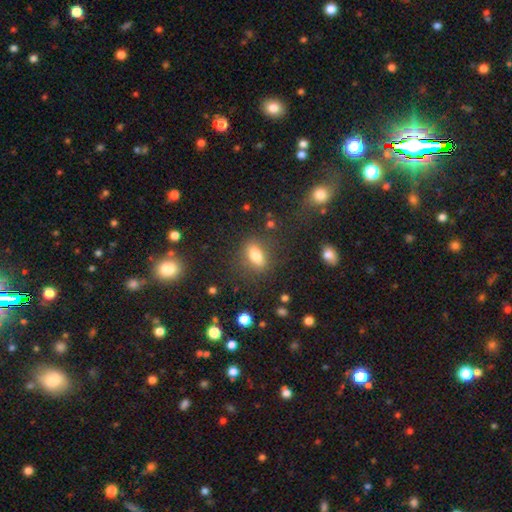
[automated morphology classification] Q: Smooth or featured?
A: smooth (76%); runner-up: featured or disk (12%)
Q: How rounded?
A: in between (79%); runner-up: cigar-shaped (11%)
Q: Merging?
A: none (78%); runner-up: minor disturbance (13%)